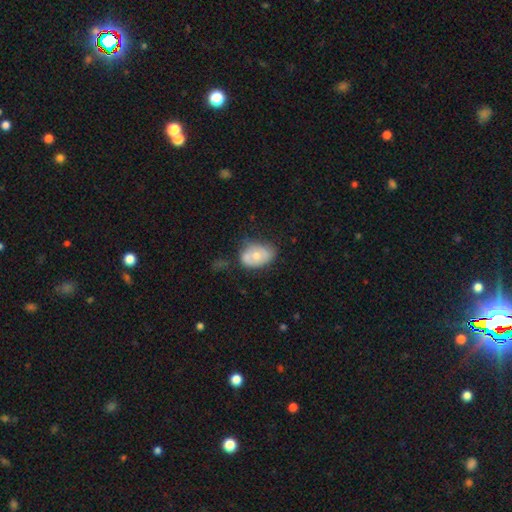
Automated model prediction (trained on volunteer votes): smooth_or_featured: smooth (p=0.57) [alt: featured or disk p=0.36]
how_rounded: in between (p=0.77) [alt: round p=0.22]
merging: none (p=0.43) [alt: minor disturbance p=0.33]